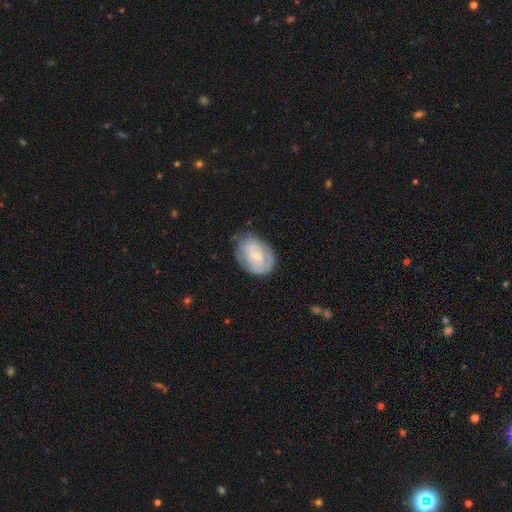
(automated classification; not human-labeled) This is possibly a featured or disk galaxy (53%). It is clearly not viewed edge-on (96%). Bar: likely no (68%). Spiral arm pattern: likely yes (64%). Central bulge: likely small (63%). Merging: likely none (61%).